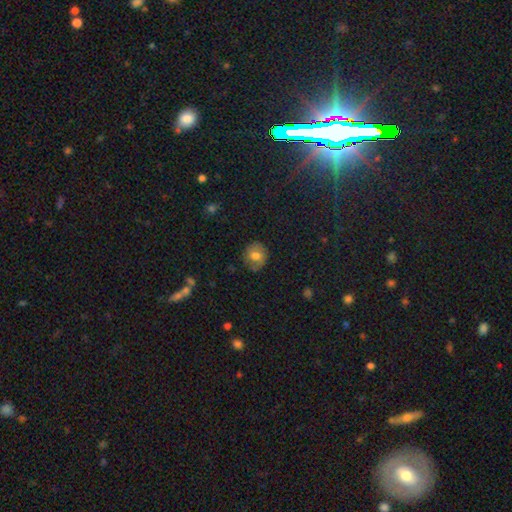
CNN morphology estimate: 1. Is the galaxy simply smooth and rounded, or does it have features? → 70% smooth, 20% featured or disk, 10% star or artifact.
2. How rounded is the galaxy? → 77% round, 22% in between, 1% cigar-shaped.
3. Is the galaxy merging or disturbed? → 77% none, 18% minor disturbance, 4% major disturbance, 1% merger.